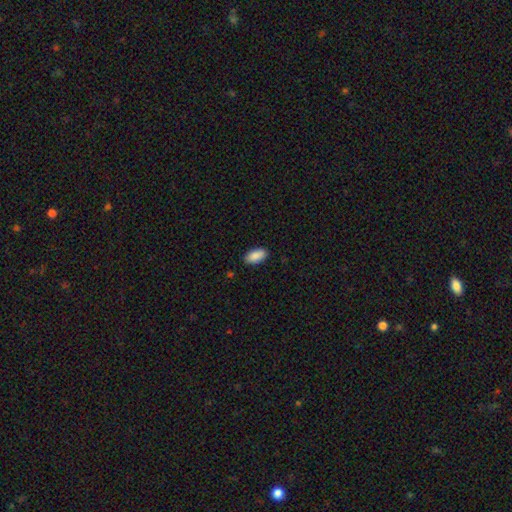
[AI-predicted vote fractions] This appears to be a smooth galaxy with no disk features (90%) that is in between round and cigar-shaped (94%). Merging: none (88%).